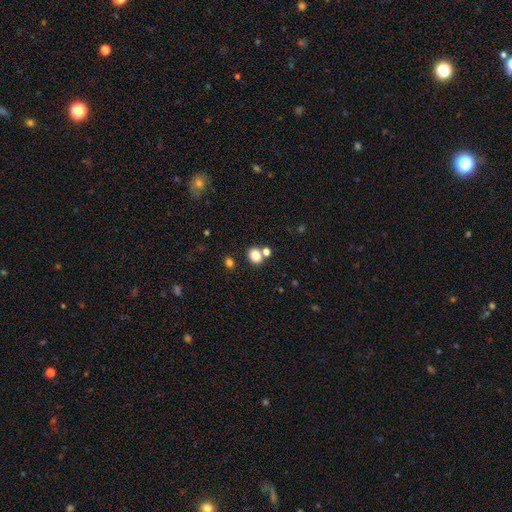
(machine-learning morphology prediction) Smooth or featured? Predicted: smooth (p=0.82). How rounded? Predicted: round (p=0.62). Merging? Predicted: none (p=0.65).